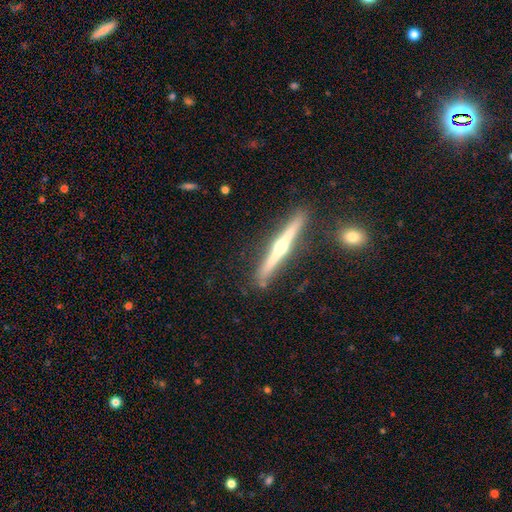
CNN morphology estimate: Smooth or featured?
  - featured or disk: 75% *
  - smooth: 18%
  - star or artifact: 7%
Edge-on disk?
  - yes: 97% *
  - no: 3%
Edge-on bulge?
  - rounded: 85% *
  - none: 11%
  - boxy: 4%
Merging?
  - none: 83% *
  - minor disturbance: 10%
  - merger: 5%
  - major disturbance: 2%